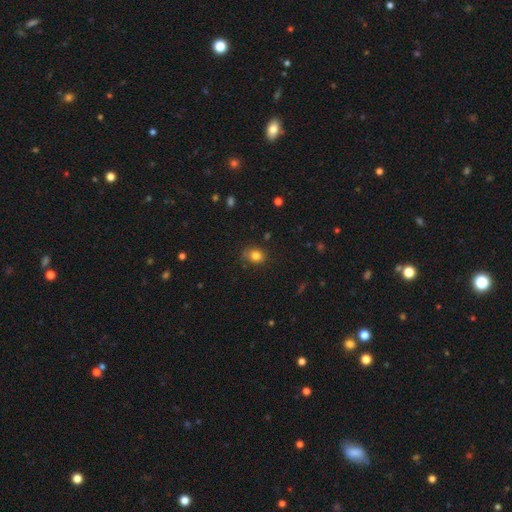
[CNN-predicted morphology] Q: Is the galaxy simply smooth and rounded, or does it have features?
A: smooth — 81%.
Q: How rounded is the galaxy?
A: round — 69%.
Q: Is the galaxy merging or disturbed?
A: none — 72%.